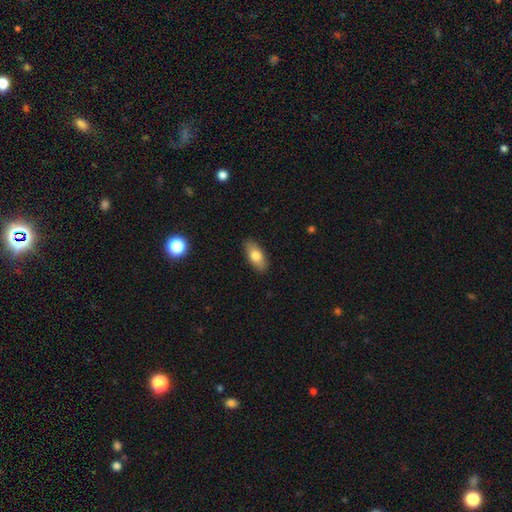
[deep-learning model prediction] A smooth galaxy with no disk features (77%) that is in between round and cigar-shaped (87%). Merging: none (88%).